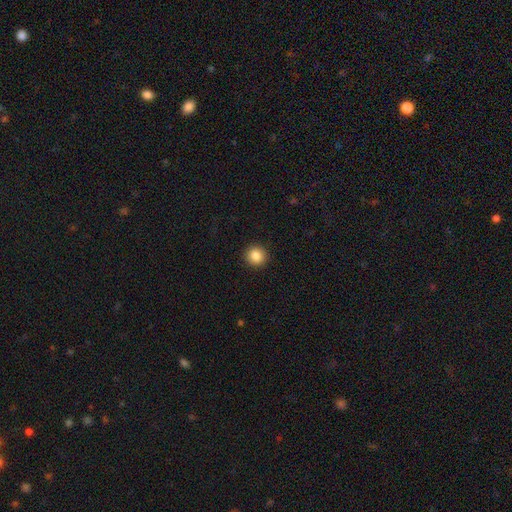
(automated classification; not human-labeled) smooth-or-featured: smooth: 87% | star or artifact: 10% | featured or disk: 4%
  how-rounded: round: 93% | in between: 6% | cigar-shaped: 1%
  merging: none: 93% | minor disturbance: 5% | major disturbance: 2% | merger: 1%